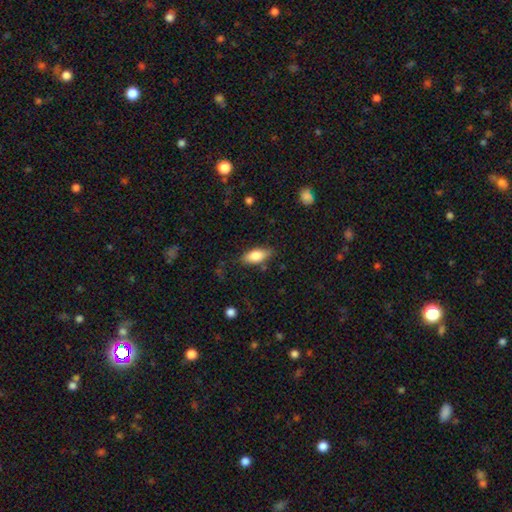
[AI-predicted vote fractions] Morphology: type=smooth (80%); roundness=in between (82%); merging=none (80%).